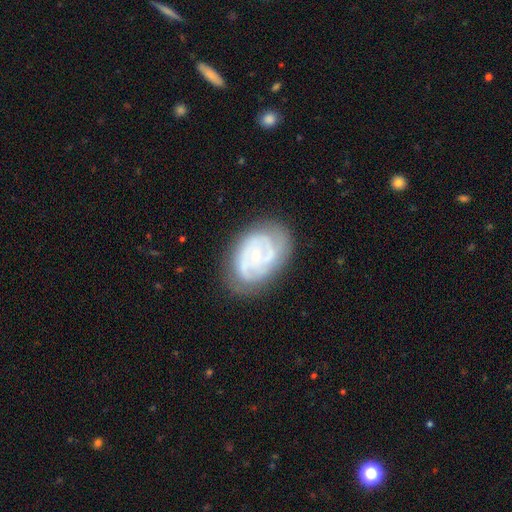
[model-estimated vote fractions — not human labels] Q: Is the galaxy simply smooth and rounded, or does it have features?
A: featured or disk — 81%.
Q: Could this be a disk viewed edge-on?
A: no — 97%.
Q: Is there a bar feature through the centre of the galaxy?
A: no — 65%.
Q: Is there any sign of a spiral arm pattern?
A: yes — 89%.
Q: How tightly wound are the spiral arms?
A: tight — 59%.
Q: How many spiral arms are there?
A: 2 — 43%.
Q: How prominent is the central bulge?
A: small — 69%.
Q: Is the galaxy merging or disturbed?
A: none — 74%.